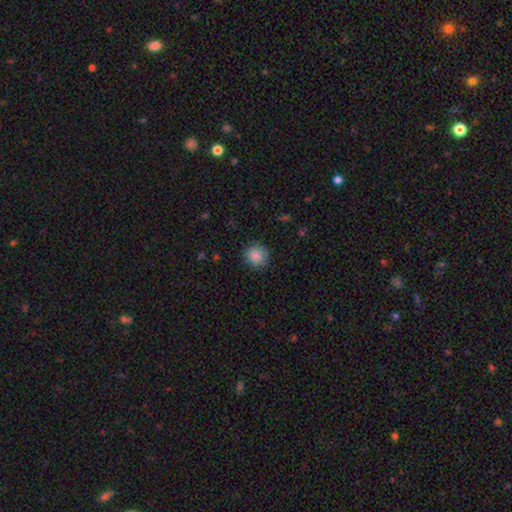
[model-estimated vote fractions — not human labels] Q: Smooth or featured?
A: smooth (87%); runner-up: star or artifact (9%)
Q: How rounded?
A: round (90%); runner-up: in between (9%)
Q: Merging?
A: none (86%); runner-up: minor disturbance (10%)